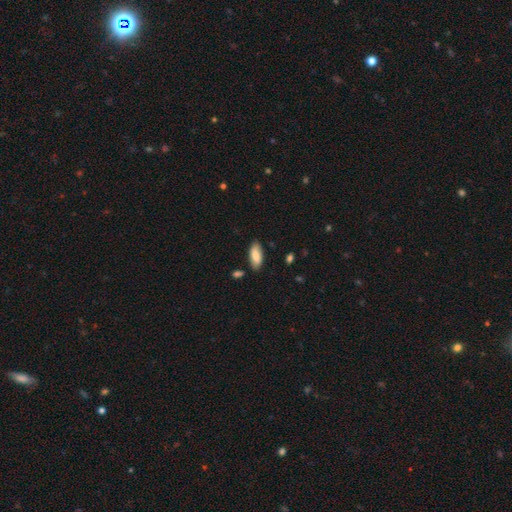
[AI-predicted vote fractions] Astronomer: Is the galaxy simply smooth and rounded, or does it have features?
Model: smooth — 78%.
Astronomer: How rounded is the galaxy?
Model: in between — 84%.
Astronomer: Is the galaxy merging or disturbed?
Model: none — 83%.